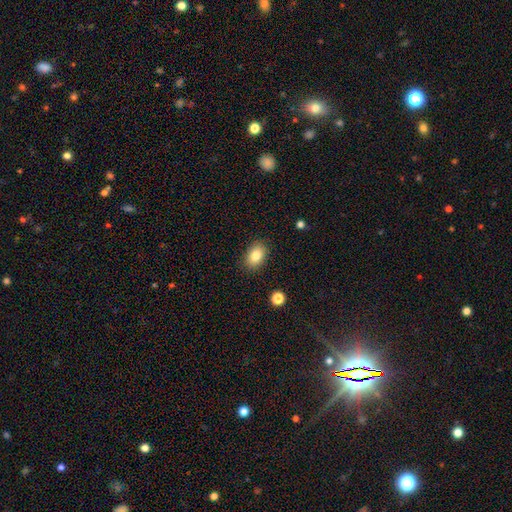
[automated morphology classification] Smooth or featured?
  - smooth: 83% *
  - star or artifact: 9%
  - featured or disk: 8%
How rounded?
  - in between: 81% *
  - round: 18%
  - cigar-shaped: 1%
Merging?
  - none: 87% *
  - minor disturbance: 9%
  - major disturbance: 2%
  - merger: 1%